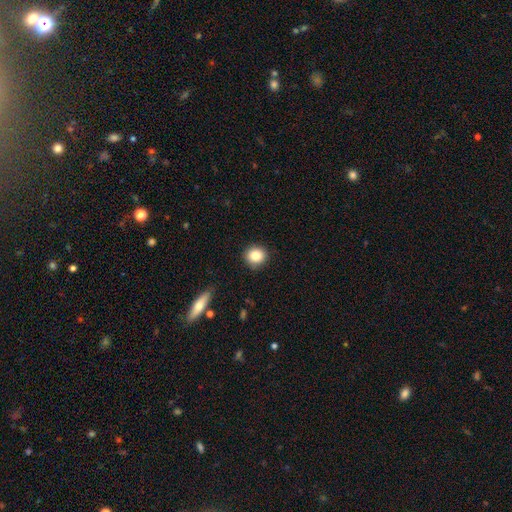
Smooth or featured: smooth — 90% (star or artifact — 8%)
How rounded: round — 94% (in between — 6%)
Merging: none — 81% (minor disturbance — 14%)